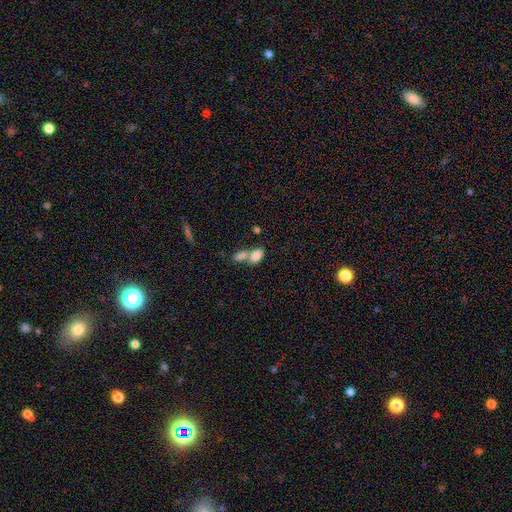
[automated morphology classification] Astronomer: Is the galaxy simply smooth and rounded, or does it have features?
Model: smooth — 81%.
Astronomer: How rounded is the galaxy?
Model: in between — 90%.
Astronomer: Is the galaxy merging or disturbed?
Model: merger — 64%.